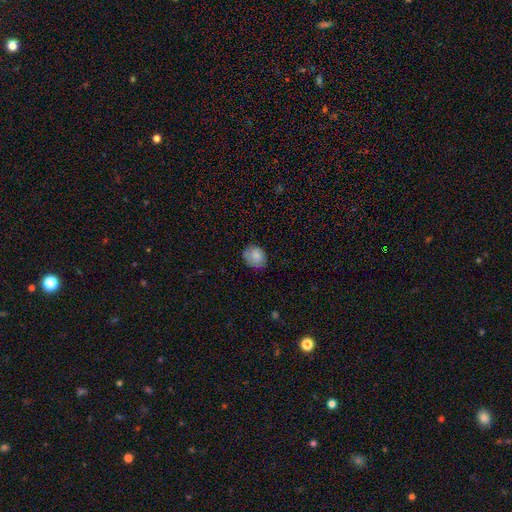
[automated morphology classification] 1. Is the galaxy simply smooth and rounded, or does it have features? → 80% smooth, 13% featured or disk, 7% star or artifact.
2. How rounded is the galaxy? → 57% round, 42% in between, 1% cigar-shaped.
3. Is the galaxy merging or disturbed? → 72% none, 23% minor disturbance, 5% major disturbance, 1% merger.